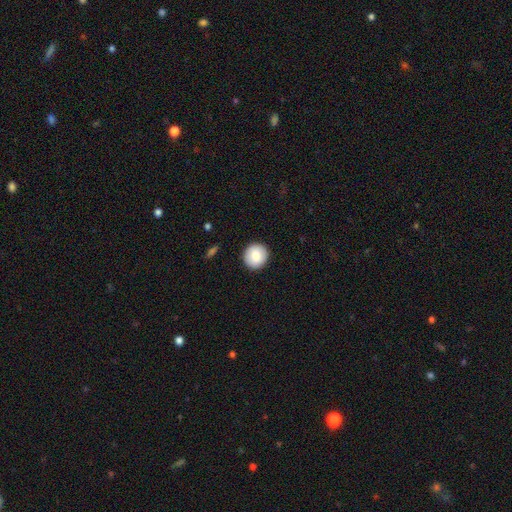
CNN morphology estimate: smooth 81%, featured or disk 11%, star or artifact 7%. Down the decision tree: how rounded — round (93%); merging — none (91%).